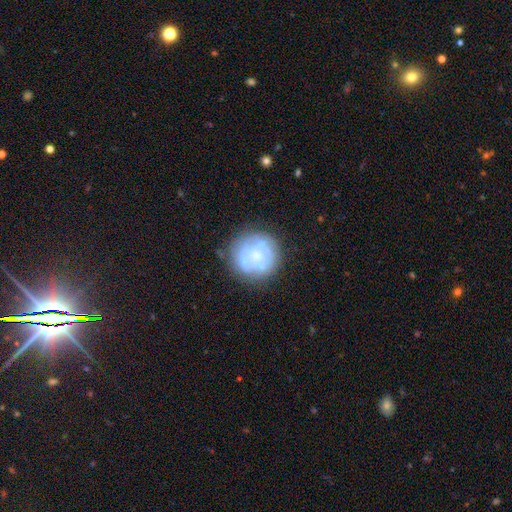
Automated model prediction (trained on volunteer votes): featured or disk 56%, smooth 33%, star or artifact 11%. Down the decision tree: edge-on disk — no (98%); bar — no (86%); spiral arms — no (72%); bulge size — small (39%); merging — none (69%).